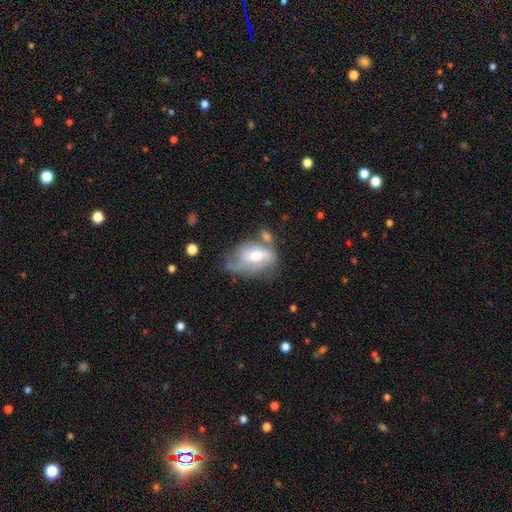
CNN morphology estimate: featured or disk 55%, smooth 37%, star or artifact 8%. Down the decision tree: edge-on disk — no (94%); bar — no (60%); spiral arms — yes (61%); bulge size — moderate (68%); merging — none (28%).